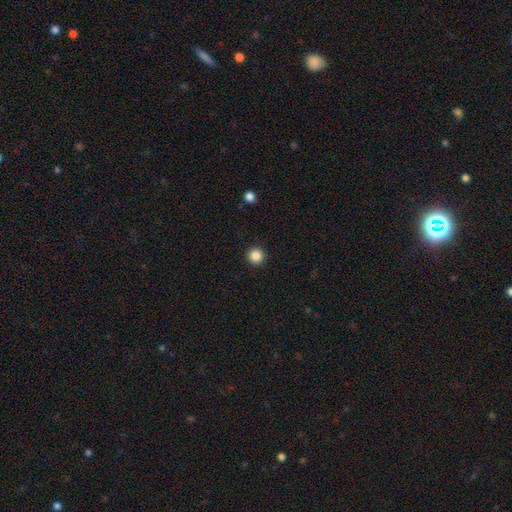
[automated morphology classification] A smooth galaxy with no disk features (86%) that is round (96%). Merging: none (93%).